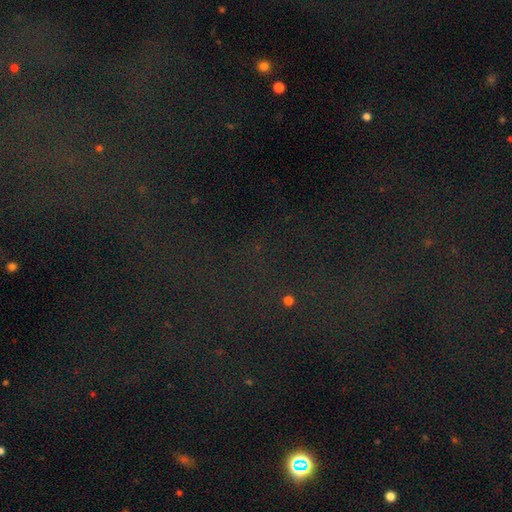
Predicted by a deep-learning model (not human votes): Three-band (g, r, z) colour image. It shows a star or artifact, not a galaxy (76%).